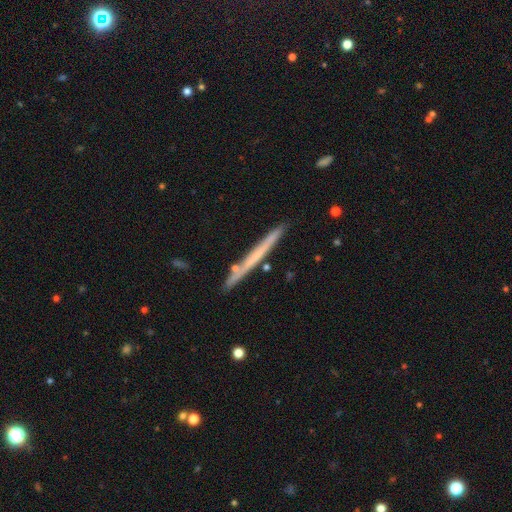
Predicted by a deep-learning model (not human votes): Smooth or featured?
  - featured or disk: 48% *
  - smooth: 46%
  - star or artifact: 6%
Merging?
  - none: 86% *
  - minor disturbance: 10%
  - merger: 3%
  - major disturbance: 2%